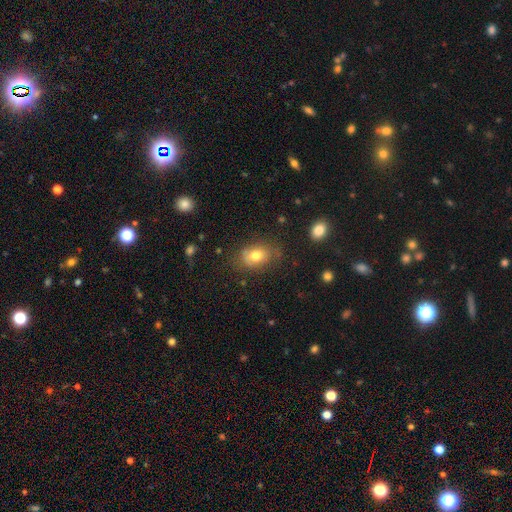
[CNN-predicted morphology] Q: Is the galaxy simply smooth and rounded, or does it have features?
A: smooth — 70%.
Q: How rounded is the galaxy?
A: in between — 73%.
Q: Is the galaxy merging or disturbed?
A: none — 65%.